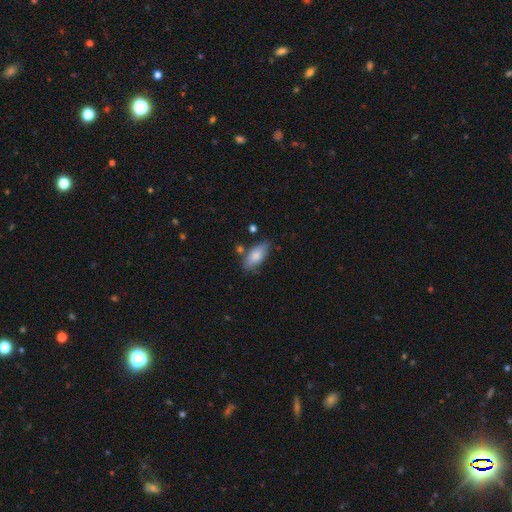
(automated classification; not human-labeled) smooth-or-featured: smooth: 82% | featured or disk: 12% | star or artifact: 6%
  how-rounded: in between: 88% | cigar-shaped: 9% | round: 3%
  merging: none: 73% | minor disturbance: 18% | merger: 6% | major disturbance: 4%